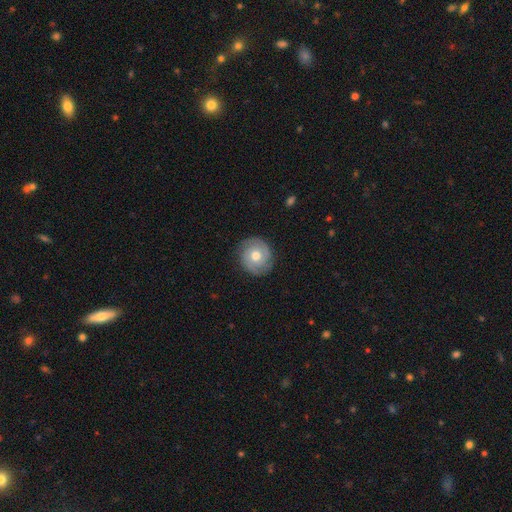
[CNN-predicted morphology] featured or disk 60%, smooth 33%, star or artifact 7%. Down the decision tree: edge-on disk — no (97%); bar — no (78%); spiral arms — yes (86%); bulge size — moderate (78%); merging — none (83%).